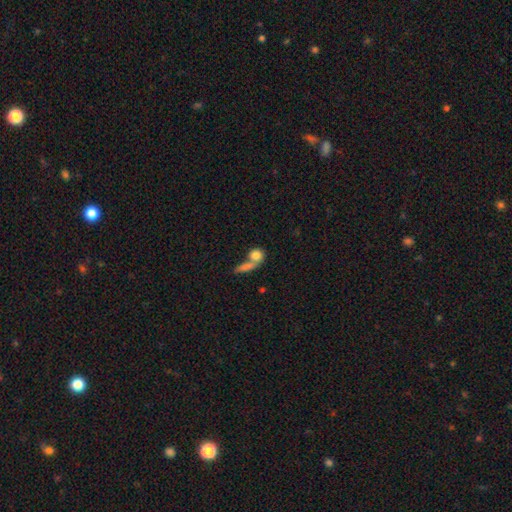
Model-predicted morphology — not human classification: This is likely a smooth galaxy (80%). How rounded: likely round (62%). Merging: marginally merger (45%).